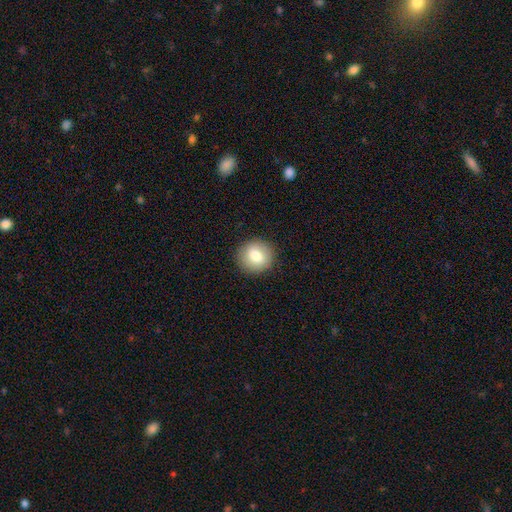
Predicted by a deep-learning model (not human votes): This is likely a smooth galaxy (80%). How rounded: clearly round (88%). Merging: clearly none (90%).